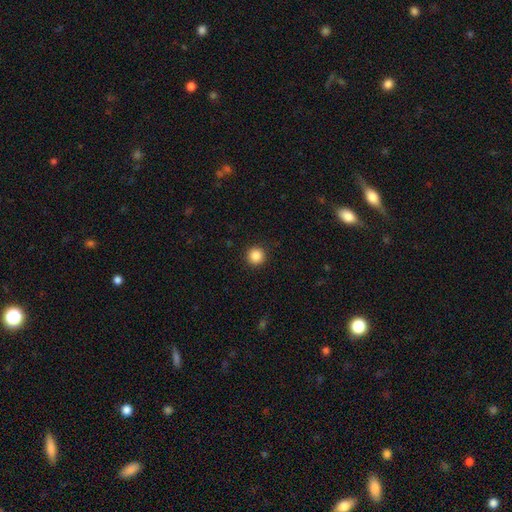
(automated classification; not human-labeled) smooth 87%, star or artifact 10%, featured or disk 3%. Down the decision tree: how rounded — round (96%); merging — none (92%).